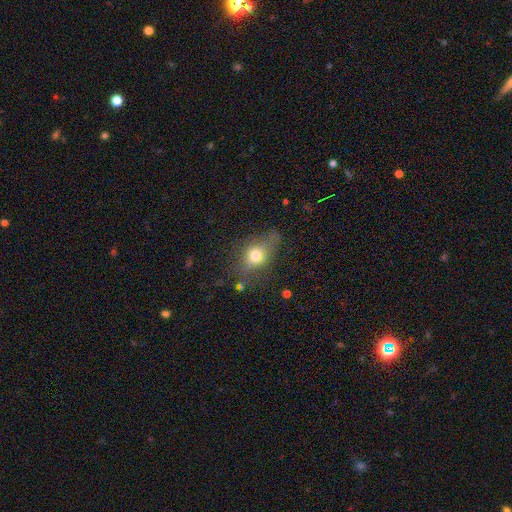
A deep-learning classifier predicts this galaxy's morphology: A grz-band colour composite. It shows a smooth galaxy with no disk features (66%) that is in between round and cigar-shaped (62%). Merging: none (56%).